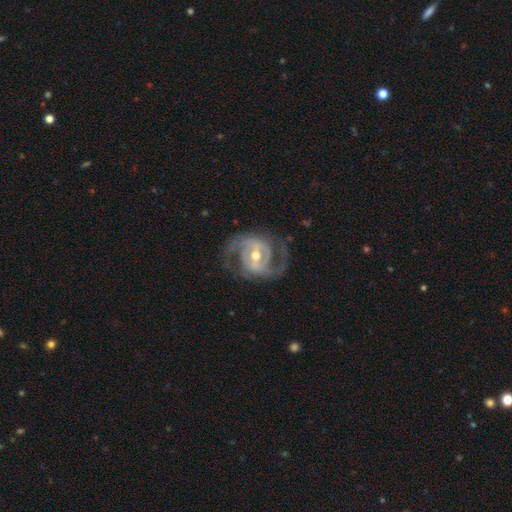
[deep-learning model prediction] Smooth or featured?
  - featured or disk: 92% *
  - smooth: 4%
  - star or artifact: 4%
Edge-on disk?
  - no: 98% *
  - yes: 2%
Bar?
  - weak: 43% *
  - strong: 33%
  - no: 24%
Spiral arms?
  - yes: 97% *
  - no: 3%
Spiral winding?
  - medium: 55% *
  - tight: 28%
  - loose: 17%
Spiral arm count?
  - 2: 83% *
  - 3: 8%
  - can't tell: 4%
  - 1: 2%
  - 4: 2%
  - more than 4: 2%
Bulge size?
  - moderate: 72% *
  - small: 22%
  - large: 4%
  - none: 1%
  - dominant: 1%
Merging?
  - none: 75% *
  - minor disturbance: 15%
  - major disturbance: 9%
  - merger: 1%